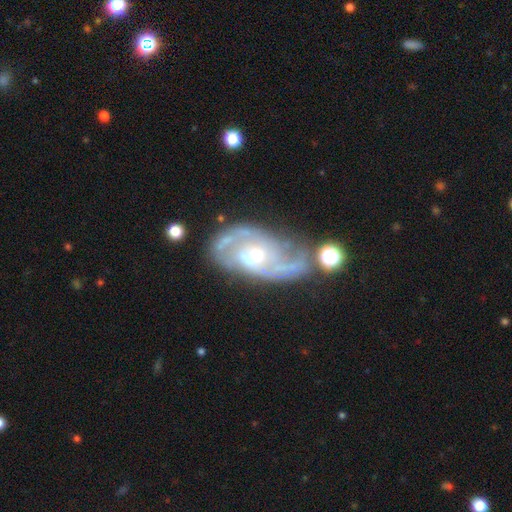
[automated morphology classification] smooth_or_featured: featured or disk (p=0.88) [alt: smooth p=0.07]
disk_edge_on: no (p=0.96) [alt: yes p=0.04]
bar: no (p=0.57) [alt: weak p=0.34]
has_spiral_arms: yes (p=0.95) [alt: no p=0.05]
spiral_winding: medium (p=0.49) [alt: tight p=0.34]
spiral_arm_count: 2 (p=0.69) [alt: can't tell p=0.13]
bulge_size: small (p=0.51) [alt: moderate p=0.44]
merging: none (p=0.58) [alt: minor disturbance p=0.21]